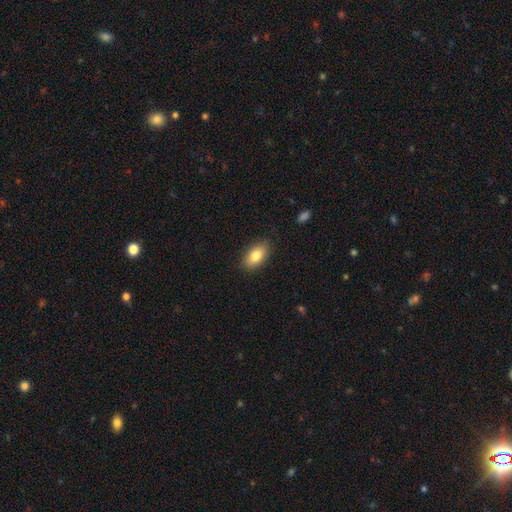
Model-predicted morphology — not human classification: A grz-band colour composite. It shows a smooth galaxy with no disk features (82%) that is in between round and cigar-shaped (91%). Merging: none (86%).